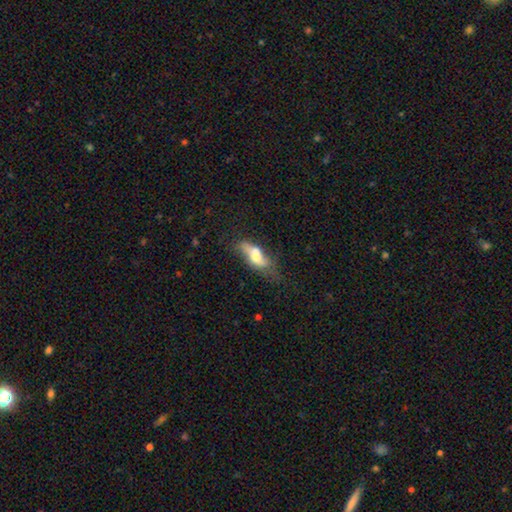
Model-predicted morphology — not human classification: smooth-or-featured: smooth: 50% | featured or disk: 42% | star or artifact: 8%
  merging: none: 37% | minor disturbance: 26% | major disturbance: 20% | merger: 18%